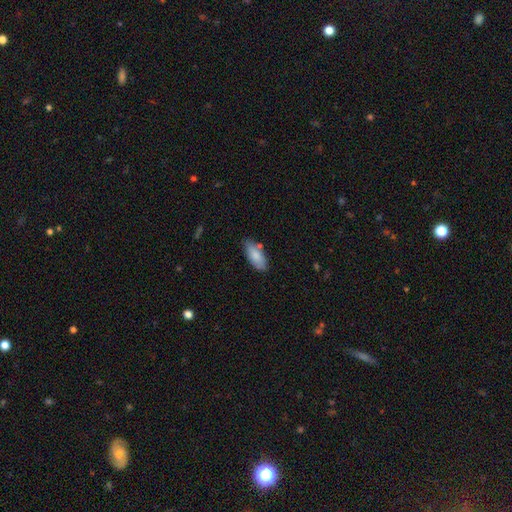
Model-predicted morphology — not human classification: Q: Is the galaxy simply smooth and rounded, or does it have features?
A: smooth — 83%.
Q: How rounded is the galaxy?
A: in between — 84%.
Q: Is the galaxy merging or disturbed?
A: none — 76%.